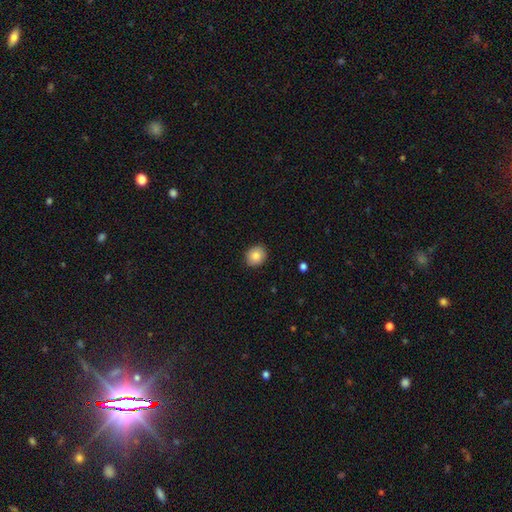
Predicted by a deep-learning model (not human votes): smooth-or-featured: smooth: 85% | star or artifact: 8% | featured or disk: 7%
  how-rounded: round: 75% | in between: 24% | cigar-shaped: 1%
  merging: none: 90% | minor disturbance: 7% | major disturbance: 2% | merger: 1%